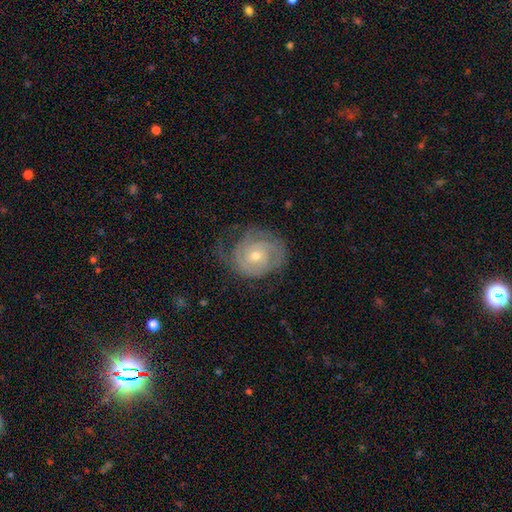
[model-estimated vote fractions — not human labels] The model was most divided on "bulge size": moderate: 50%, small: 47%, large: 2%, none: 1%, dominant: 1%. Remaining: edge-on disk — no (98%); spiral arms — yes (94%); smooth or featured — featured or disk (82%); bar — no (73%); spiral winding — tight (70%); merging — none (63%); spiral arm count — 2 (34%).